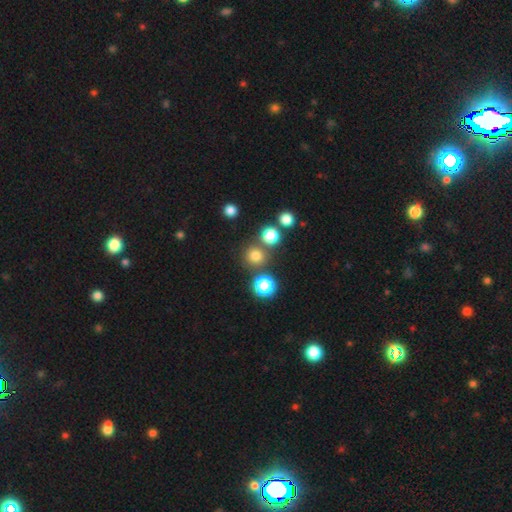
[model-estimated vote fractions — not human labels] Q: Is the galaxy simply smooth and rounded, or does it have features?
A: smooth — 75%.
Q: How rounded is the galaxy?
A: round — 92%.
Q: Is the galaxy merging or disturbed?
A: none — 74%.